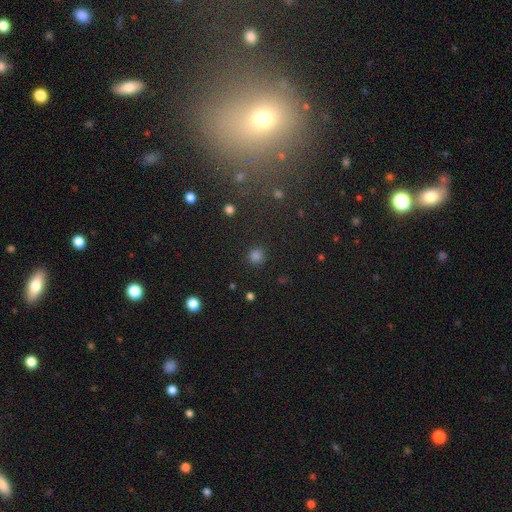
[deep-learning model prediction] Q: Smooth or featured?
A: smooth (79%); runner-up: star or artifact (17%)
Q: How rounded?
A: round (93%); runner-up: in between (6%)
Q: Merging?
A: none (89%); runner-up: minor disturbance (6%)